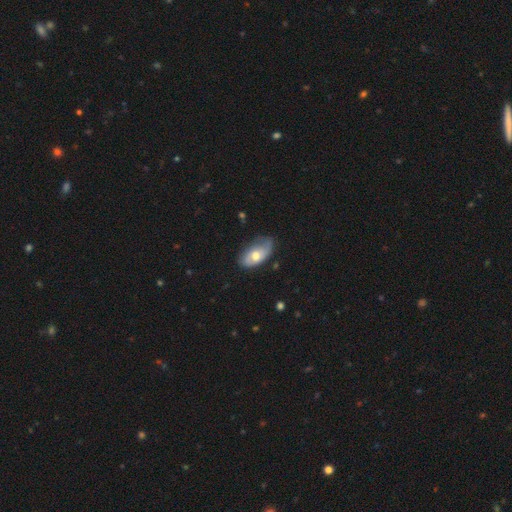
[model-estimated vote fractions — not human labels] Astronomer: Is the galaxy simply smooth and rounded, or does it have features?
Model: smooth — 59% (runner-up: featured or disk, 35%).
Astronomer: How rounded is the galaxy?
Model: in between — 93%.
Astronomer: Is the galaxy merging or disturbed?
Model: none — 51% (runner-up: minor disturbance, 35%).